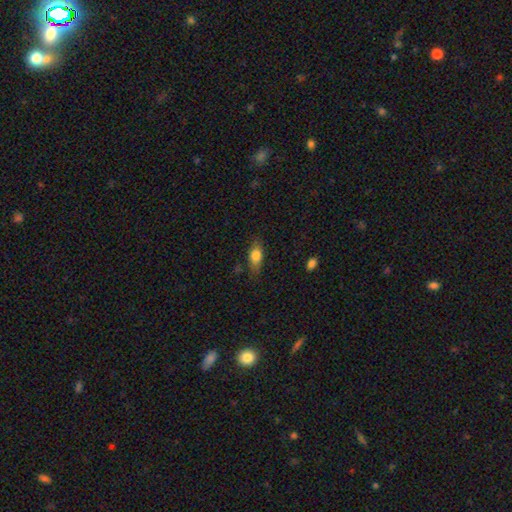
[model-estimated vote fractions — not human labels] smooth 75%, featured or disk 16%, star or artifact 8%. Down the decision tree: how rounded — in between (75%); merging — none (72%).